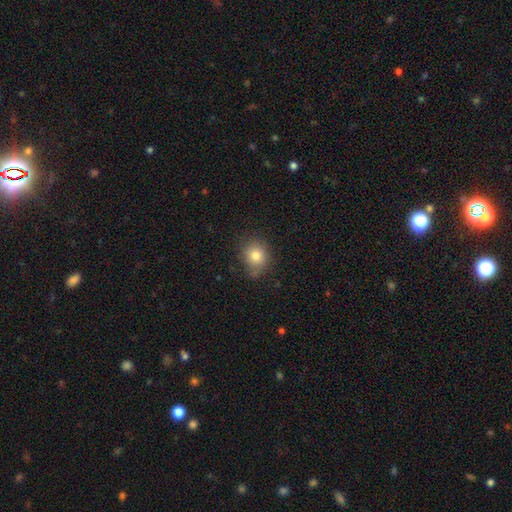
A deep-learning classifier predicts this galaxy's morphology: smooth-or-featured: smooth: 80% | star or artifact: 11% | featured or disk: 9%
  how-rounded: round: 71% | in between: 28% | cigar-shaped: 1%
  merging: none: 75% | minor disturbance: 19% | major disturbance: 4% | merger: 2%